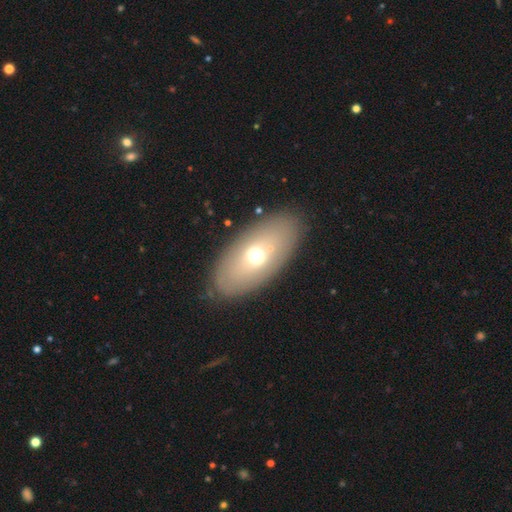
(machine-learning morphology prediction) The model was most divided on "smooth or featured": smooth: 49%, featured or disk: 43%, star or artifact: 8%. More confident: merging — none (87%).